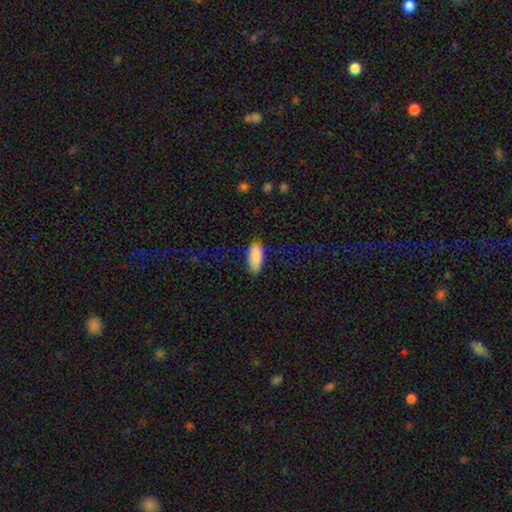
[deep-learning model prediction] smooth 87%, star or artifact 7%, featured or disk 7%. Down the decision tree: how rounded — in between (87%); merging — none (65%).